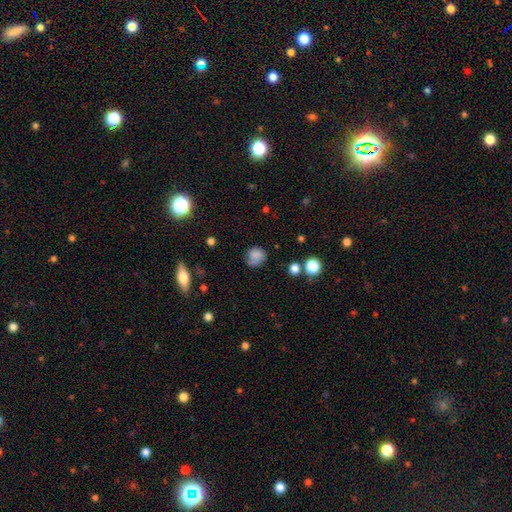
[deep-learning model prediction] A smooth galaxy with no disk features (77%) that is round (78%). Merging: none (62%).